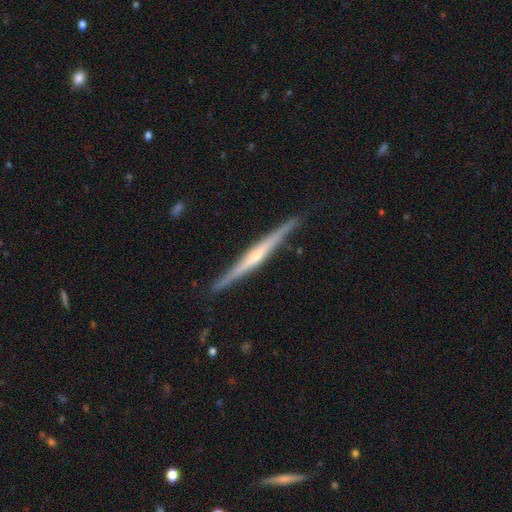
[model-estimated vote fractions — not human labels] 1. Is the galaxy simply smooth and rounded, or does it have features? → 79% featured or disk, 16% smooth, 5% star or artifact.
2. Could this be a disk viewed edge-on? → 98% yes, 2% no.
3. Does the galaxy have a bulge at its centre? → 70% rounded, 23% none, 7% boxy.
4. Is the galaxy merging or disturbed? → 89% none, 8% minor disturbance, 1% major disturbance, 1% merger.